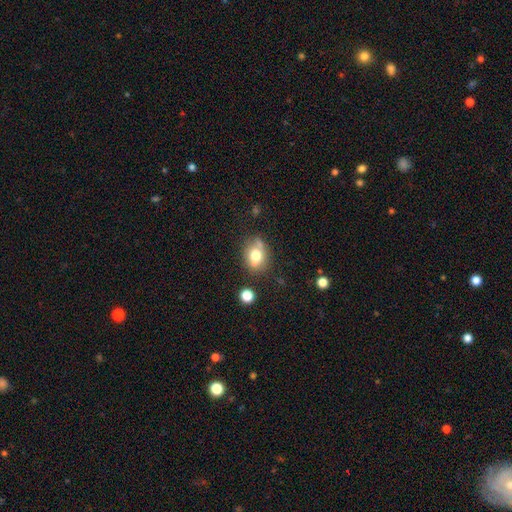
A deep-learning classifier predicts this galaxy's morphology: smooth 69%, featured or disk 20%, star or artifact 11%. Down the decision tree: how rounded — in between (54%); merging — none (64%).